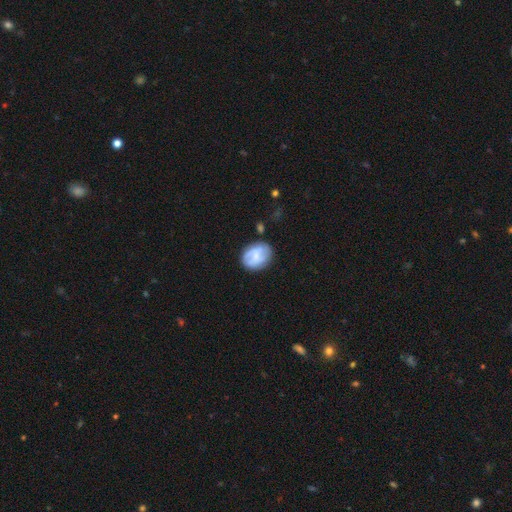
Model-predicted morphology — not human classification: Smooth or featured: smooth — 48% (featured or disk — 44%)
Merging: none — 67% (minor disturbance — 21%)